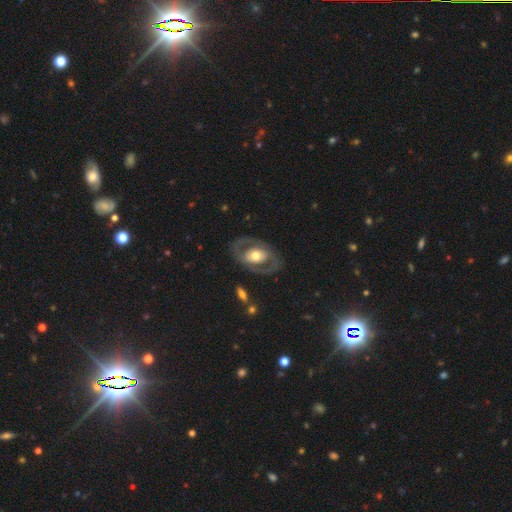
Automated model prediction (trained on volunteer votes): A featured or disk galaxy (70%) with no bar (63%), no spiral arms (54%) and a moderate central bulge (63%). Merging: none (78%).